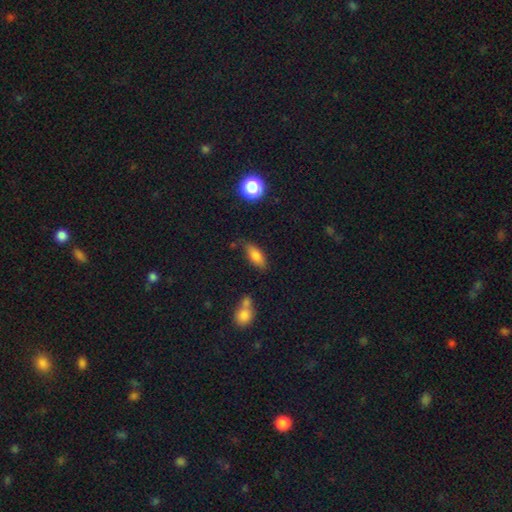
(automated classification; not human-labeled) smooth-or-featured: smooth: 79% | featured or disk: 13% | star or artifact: 8%
  how-rounded: in between: 77% | cigar-shaped: 19% | round: 4%
  merging: none: 72% | minor disturbance: 19% | merger: 5% | major disturbance: 4%